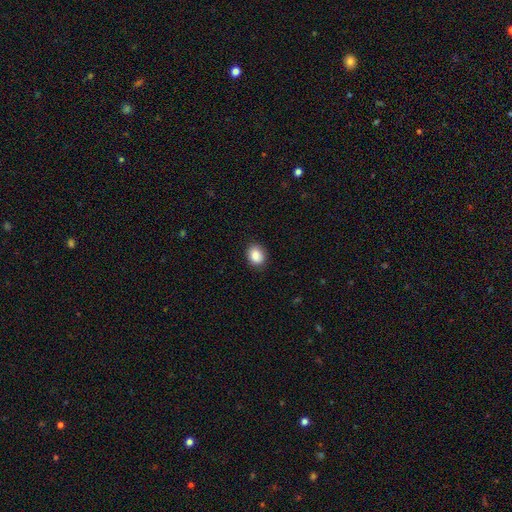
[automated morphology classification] smooth 87%, star or artifact 8%, featured or disk 5%. Down the decision tree: how rounded — in between (51%); merging — none (88%).